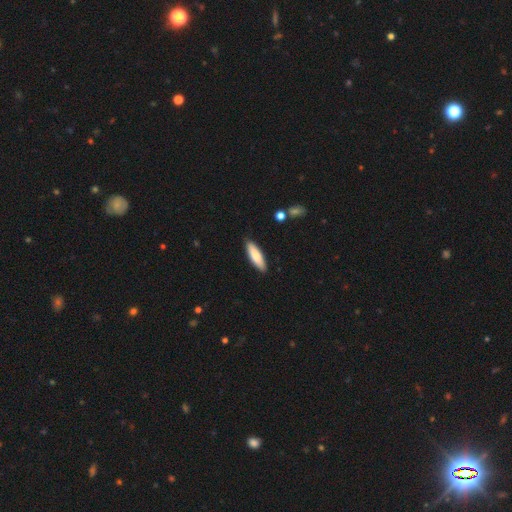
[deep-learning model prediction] Morphology: type=smooth (81%); roundness=cigar-shaped (59%); merging=none (88%).